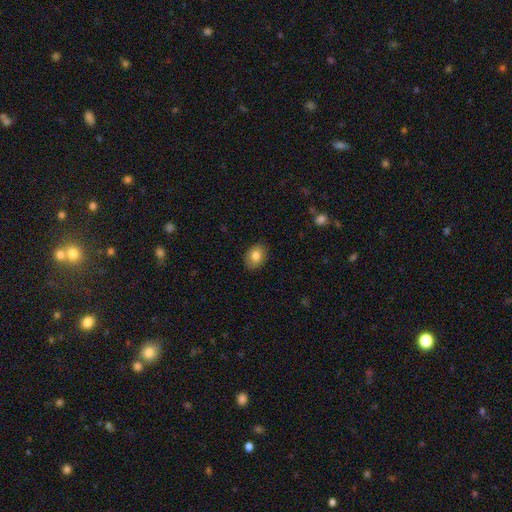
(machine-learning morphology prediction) smooth_or_featured: smooth (p=0.82) [alt: featured or disk p=0.10]
how_rounded: in between (p=0.69) [alt: round p=0.30]
merging: none (p=0.86) [alt: minor disturbance p=0.11]